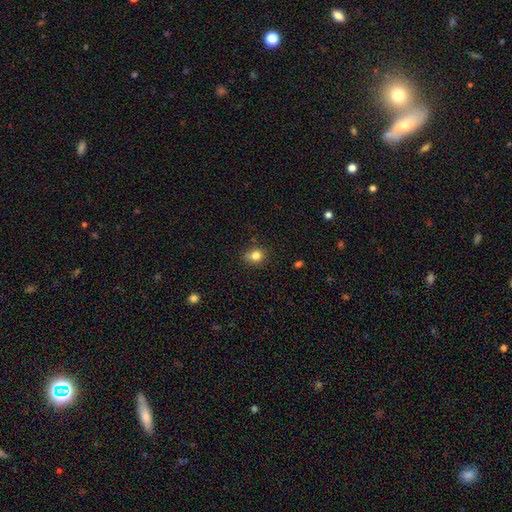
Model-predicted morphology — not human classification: type=smooth (81%); roundness=round (68%); merging=none (73%).